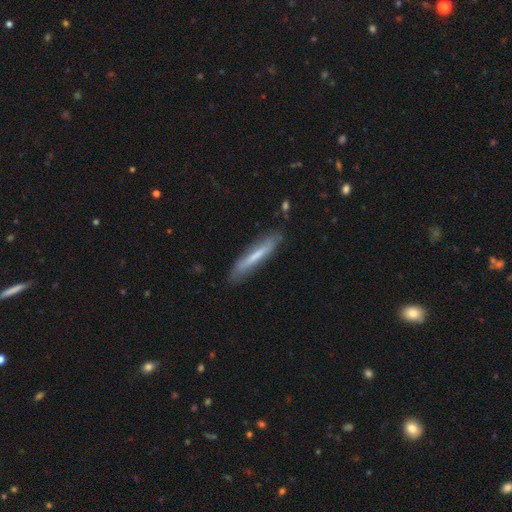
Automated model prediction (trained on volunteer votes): This is possibly a smooth galaxy (55%). How rounded: clearly cigar-shaped (91%). Merging: likely none (79%).